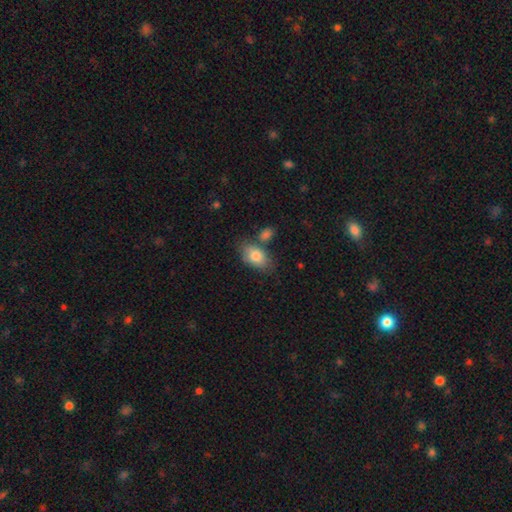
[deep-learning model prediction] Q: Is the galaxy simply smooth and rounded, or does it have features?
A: smooth — 82%.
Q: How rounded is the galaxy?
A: in between — 91%.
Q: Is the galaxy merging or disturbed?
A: none — 62%.